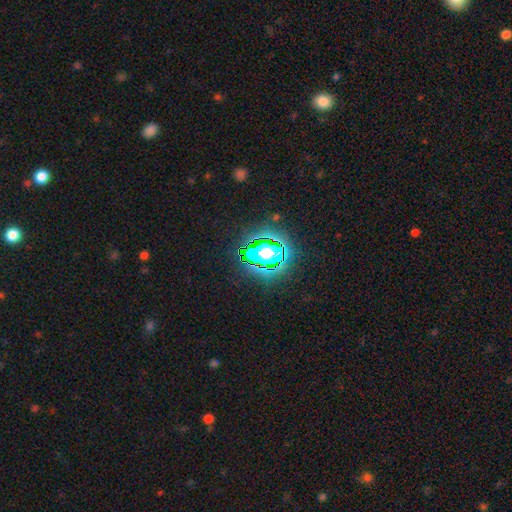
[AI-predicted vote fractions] The model was most divided on "smooth or featured": star or artifact: 76%, smooth: 15%, featured or disk: 9%.